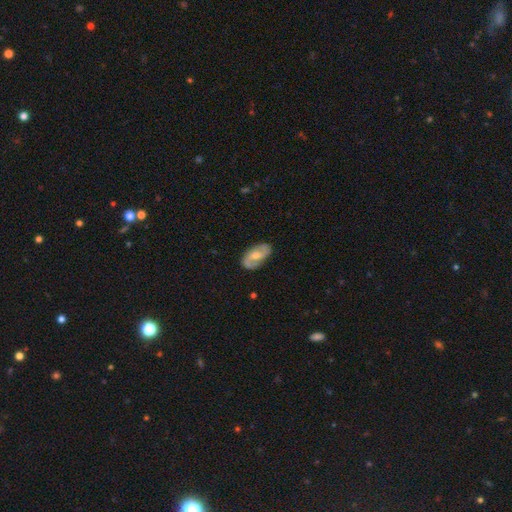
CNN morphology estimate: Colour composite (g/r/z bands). It shows a featured or disk galaxy (59%) with a weak bar (46%), spiral arms (74%) and a moderate central bulge (57%). Merging: none (75%).